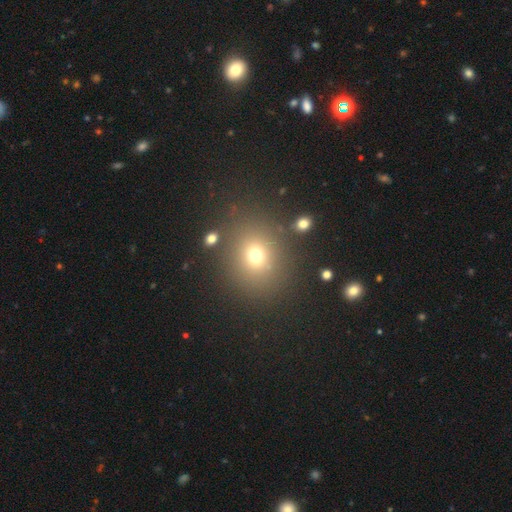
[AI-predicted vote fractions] This appears to be a smooth galaxy with no disk features (69%) that is round (75%). Merging: none (82%).